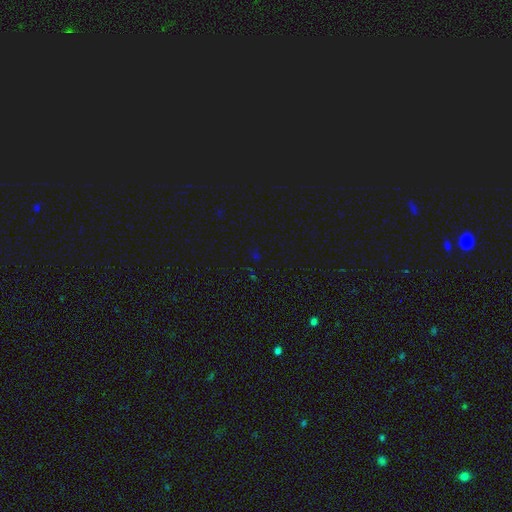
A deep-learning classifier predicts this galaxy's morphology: A star or artifact, not a galaxy (69%).